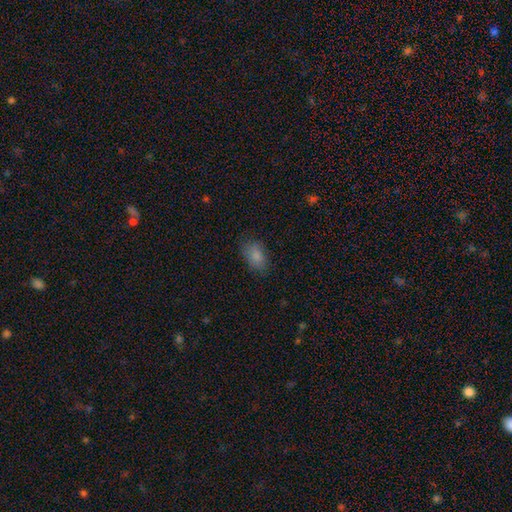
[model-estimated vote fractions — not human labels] smooth-or-featured: smooth: 84% | star or artifact: 9% | featured or disk: 7%
  how-rounded: in between: 89% | round: 10% | cigar-shaped: 2%
  merging: none: 77% | minor disturbance: 17% | major disturbance: 5% | merger: 1%